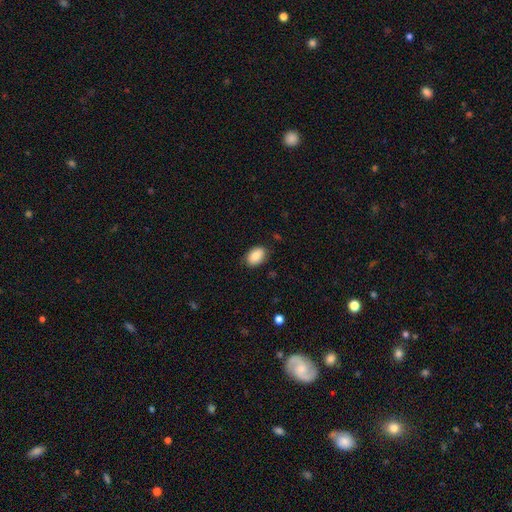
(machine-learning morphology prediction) This appears to be a smooth galaxy with no disk features (86%) that is in between round and cigar-shaped (88%). Merging: none (84%).